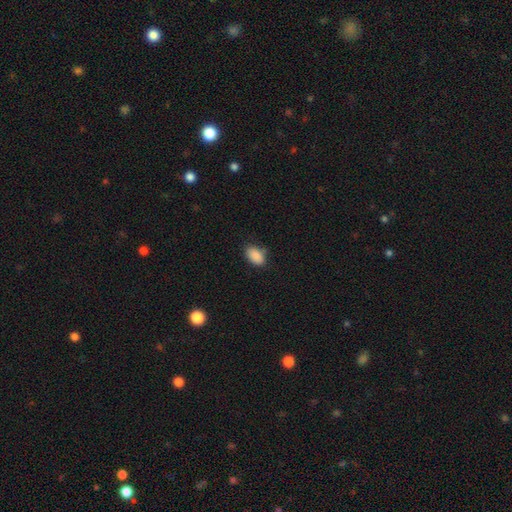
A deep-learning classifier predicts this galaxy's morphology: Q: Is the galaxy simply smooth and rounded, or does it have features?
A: smooth — 88%.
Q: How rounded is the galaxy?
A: in between — 90%.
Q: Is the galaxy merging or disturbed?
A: none — 78%.